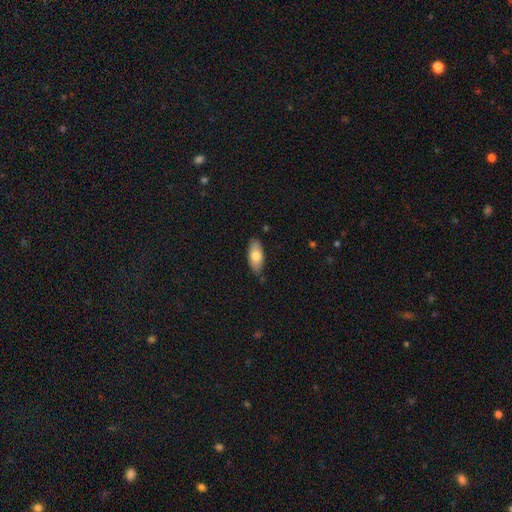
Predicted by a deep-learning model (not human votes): Smooth or featured? Predicted: smooth (p=0.75). How rounded? Predicted: in between (p=0.87). Merging? Predicted: none (p=0.80).